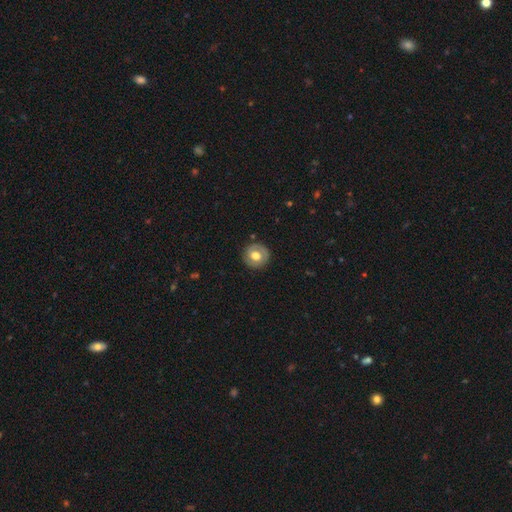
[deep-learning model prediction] Q: Smooth or featured?
A: smooth (53%); runner-up: featured or disk (40%)
Q: How rounded?
A: round (91%); runner-up: in between (8%)
Q: Merging?
A: none (86%); runner-up: minor disturbance (10%)